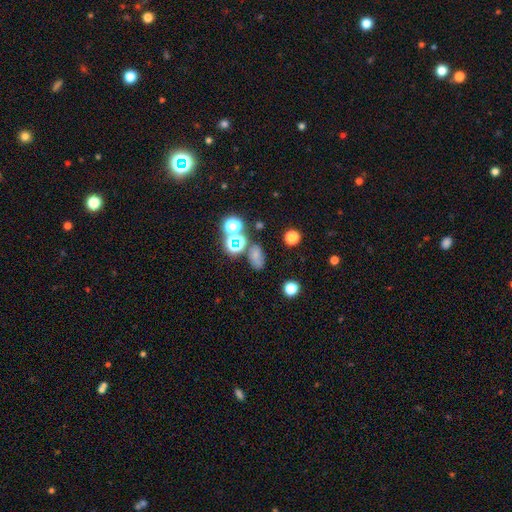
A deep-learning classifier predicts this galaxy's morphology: smooth 57%, star or artifact 28%, featured or disk 15%. Down the decision tree: how rounded — in between (77%); merging — none (60%).